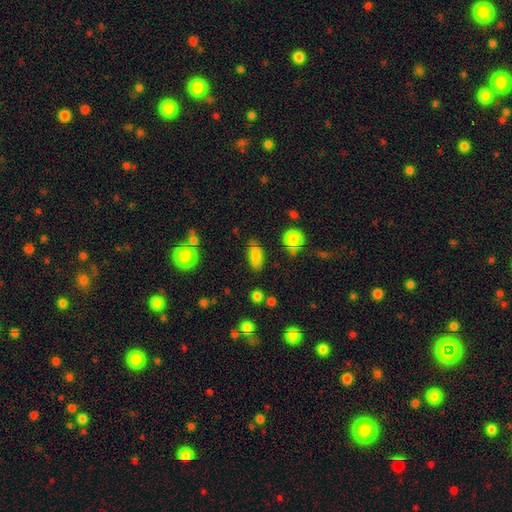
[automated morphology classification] Smooth or featured?
  - smooth: 83% *
  - star or artifact: 10%
  - featured or disk: 7%
How rounded?
  - in between: 85% *
  - cigar-shaped: 10%
  - round: 5%
Merging?
  - none: 74% *
  - minor disturbance: 18%
  - major disturbance: 5%
  - merger: 4%